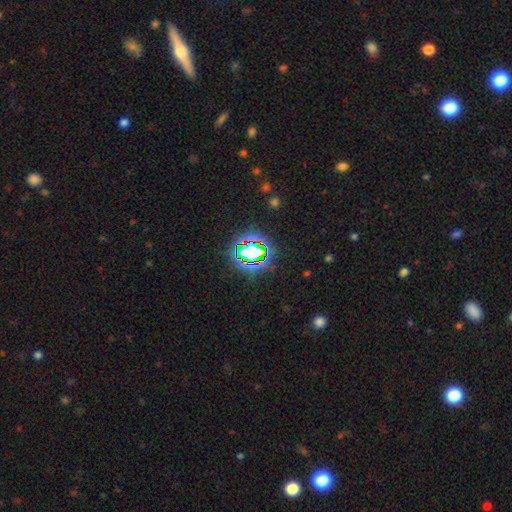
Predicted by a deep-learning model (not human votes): smooth-or-featured: star or artifact: 78% | smooth: 14% | featured or disk: 8%